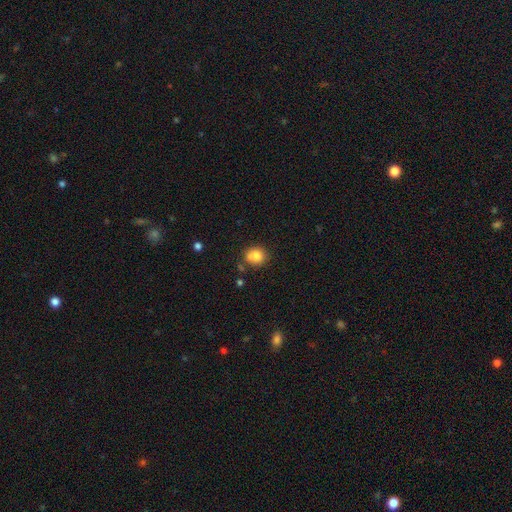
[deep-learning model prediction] Q: Smooth or featured?
A: smooth (80%); runner-up: star or artifact (11%)
Q: How rounded?
A: round (76%); runner-up: in between (23%)
Q: Merging?
A: none (63%); runner-up: minor disturbance (17%)